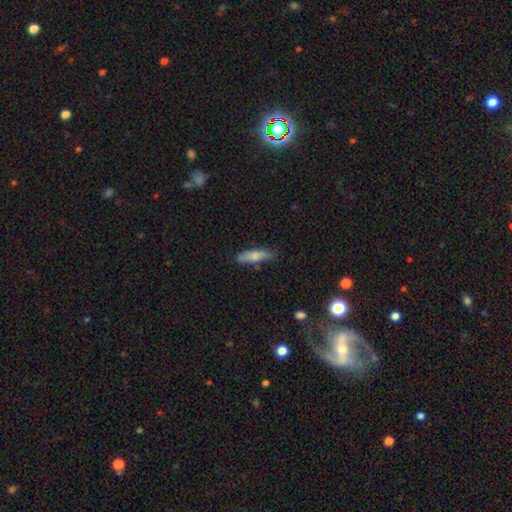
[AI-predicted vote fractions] Smooth or featured? smooth (67%)
How rounded? cigar-shaped (69%)
Merging? none (76%)